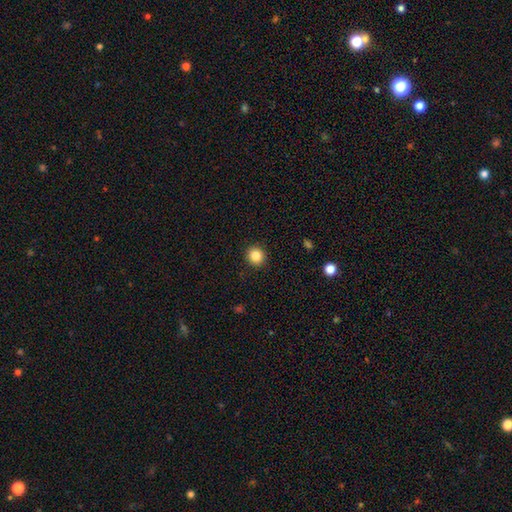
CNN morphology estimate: Smooth or featured?
  - smooth: 86% *
  - star or artifact: 10%
  - featured or disk: 4%
How rounded?
  - round: 91% *
  - in between: 9%
  - cigar-shaped: 1%
Merging?
  - none: 91% *
  - minor disturbance: 6%
  - major disturbance: 2%
  - merger: 1%